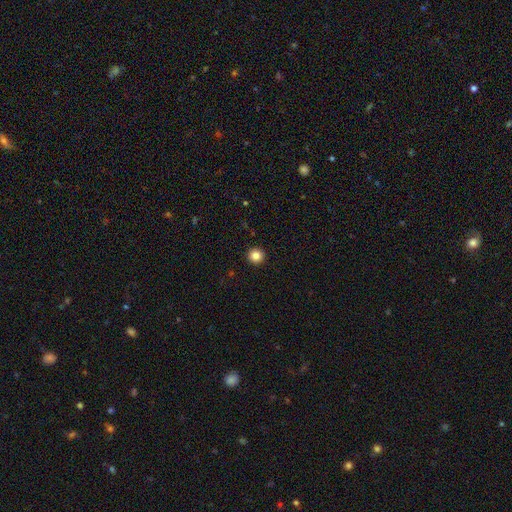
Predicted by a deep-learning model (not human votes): Smooth or featured? smooth (85%)
How rounded? round (96%)
Merging? none (94%)